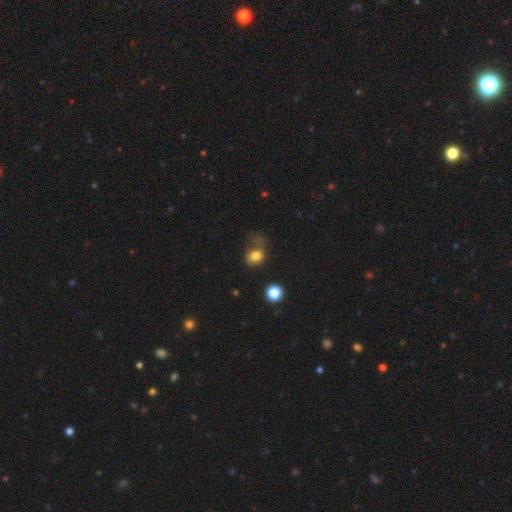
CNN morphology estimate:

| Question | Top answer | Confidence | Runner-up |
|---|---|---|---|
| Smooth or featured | smooth | 78% | star or artifact (12%) |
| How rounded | round | 57% | in between (42%) |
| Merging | none | 35% | major disturbance (33%) |